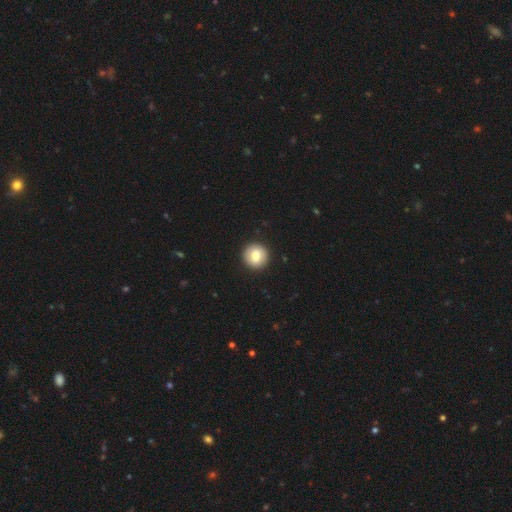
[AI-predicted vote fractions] Morphology: type=smooth (79%); roundness=round (95%); merging=none (93%).